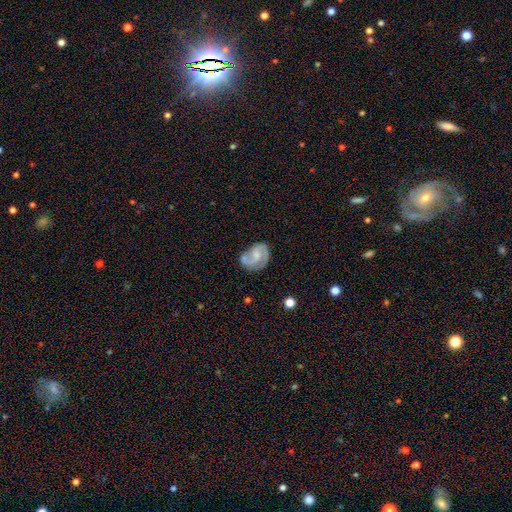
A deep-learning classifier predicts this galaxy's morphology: This is likely a featured or disk galaxy (76%). It is clearly not viewed edge-on (98%). Bar: possibly no (59%). Spiral arm pattern: clearly yes (92%). Spiral arm count: likely 2 (74%). Spiral winding: possibly medium (47%). Central bulge: possibly small (45%). Merging: possibly none (53%).